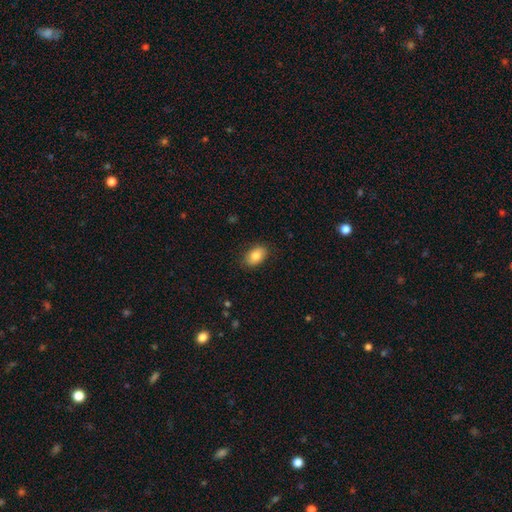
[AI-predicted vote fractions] smooth 83%, featured or disk 10%, star or artifact 7%. Down the decision tree: how rounded — in between (87%); merging — none (85%).